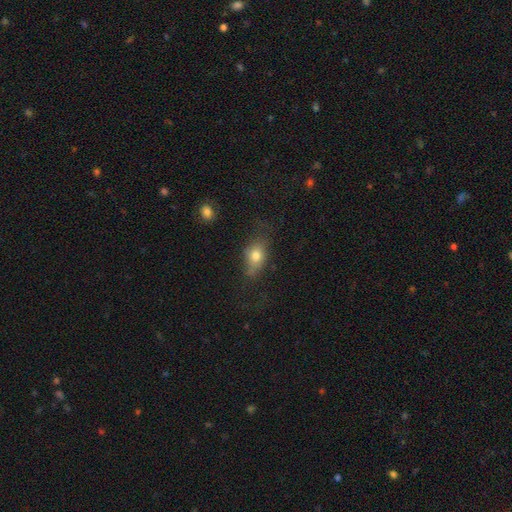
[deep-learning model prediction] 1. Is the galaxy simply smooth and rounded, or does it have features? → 73% smooth, 16% featured or disk, 11% star or artifact.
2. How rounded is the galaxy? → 76% in between, 19% round, 5% cigar-shaped.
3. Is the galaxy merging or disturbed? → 53% none, 28% minor disturbance, 16% major disturbance, 3% merger.